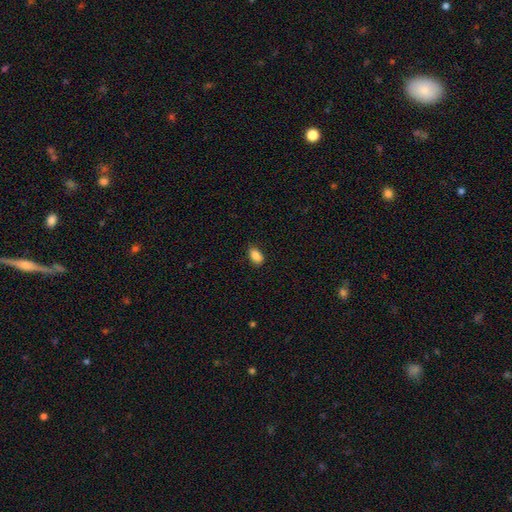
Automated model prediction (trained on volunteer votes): Morphology: type=smooth (87%); roundness=in between (87%); merging=none (80%).